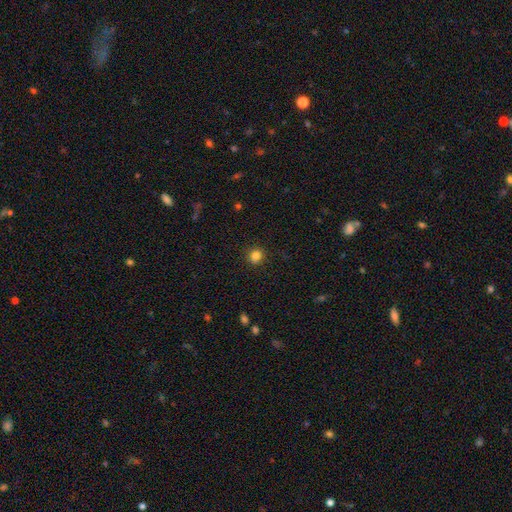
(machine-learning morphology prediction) smooth-or-featured: smooth: 83% | star or artifact: 12% | featured or disk: 5%
  how-rounded: round: 81% | in between: 18% | cigar-shaped: 1%
  merging: none: 88% | minor disturbance: 9% | major disturbance: 2% | merger: 1%